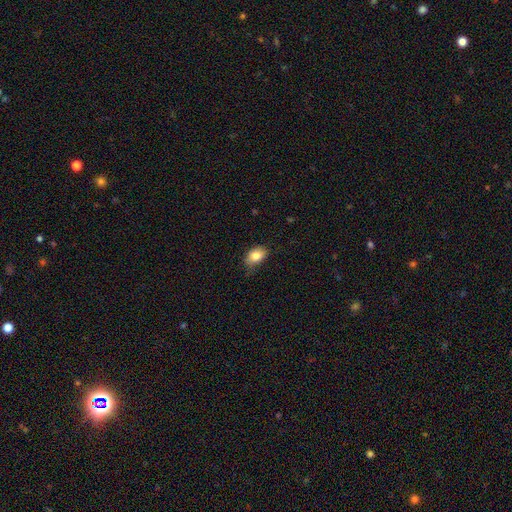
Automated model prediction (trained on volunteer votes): This appears to be a smooth galaxy with no disk features (83%) that is in between round and cigar-shaped (79%). Merging: none (65%).